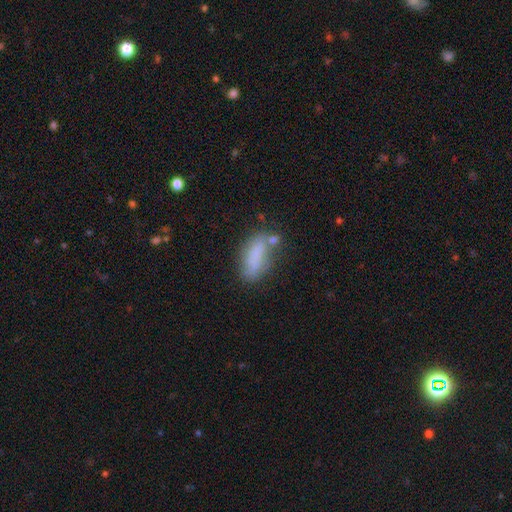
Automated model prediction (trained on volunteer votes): The model was most divided on "merging": none: 47%, minor disturbance: 25%, merger: 15%, major disturbance: 12%. More confident: how rounded — in between (76%); smooth or featured — smooth (67%).